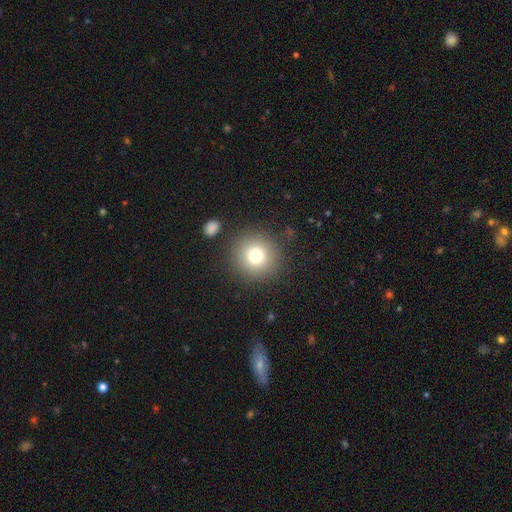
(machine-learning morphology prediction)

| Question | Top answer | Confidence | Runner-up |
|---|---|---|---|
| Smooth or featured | smooth | 79% | star or artifact (11%) |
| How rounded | round | 94% | in between (5%) |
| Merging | none | 86% | minor disturbance (7%) |